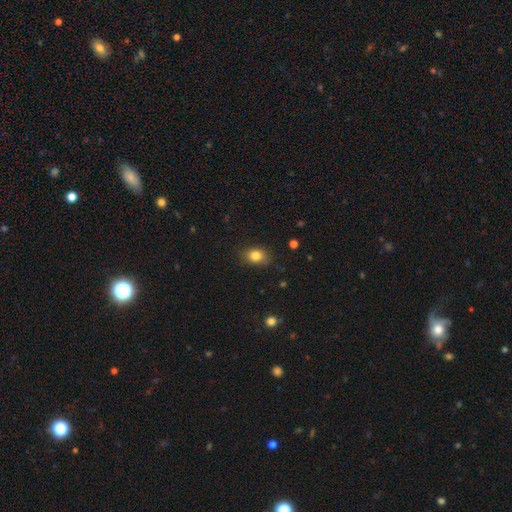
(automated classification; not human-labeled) A smooth galaxy with no disk features (83%) that is in between round and cigar-shaped (60%).

Vote fractions:
- Smooth or featured? smooth: 83% / star or artifact: 11% / featured or disk: 6%
- How rounded? in between: 60% / round: 38% / cigar-shaped: 1%
- Merging? none: 82% / minor disturbance: 14% / major disturbance: 3% / merger: 1%